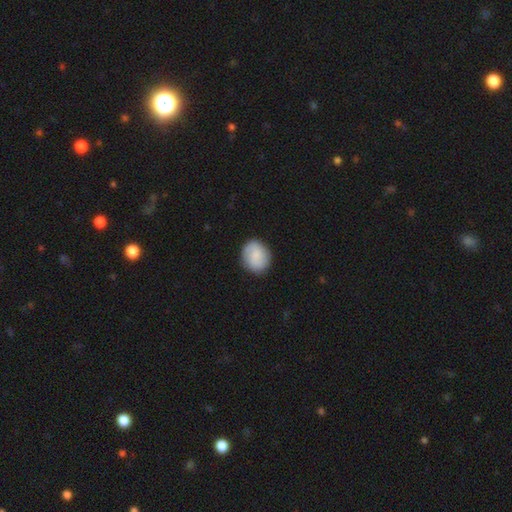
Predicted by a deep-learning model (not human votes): Overall: smooth (78%). How rounded: round (71%). Merging: none (86%).